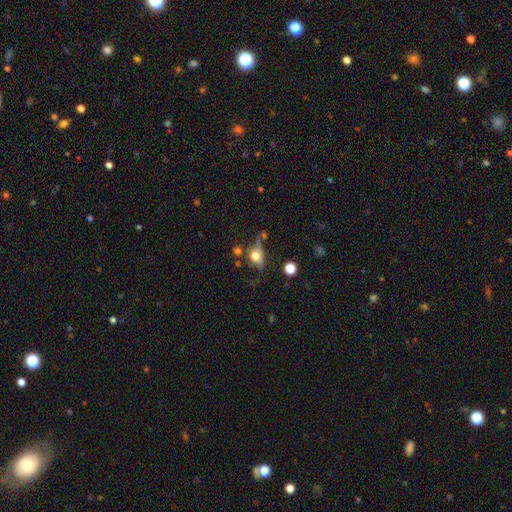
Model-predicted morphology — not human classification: Smooth or featured: smooth — 46% (featured or disk — 41%)
Merging: none — 53% (minor disturbance — 22%)